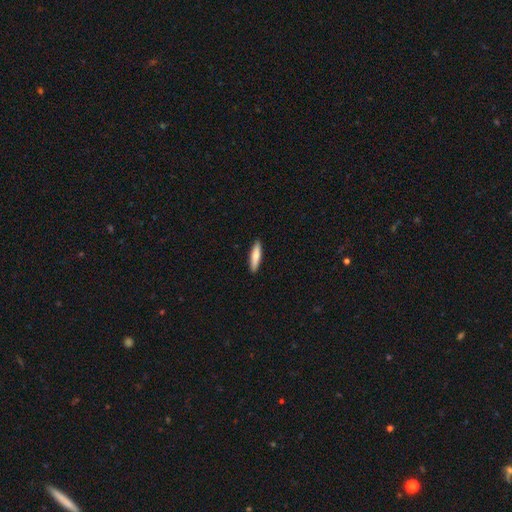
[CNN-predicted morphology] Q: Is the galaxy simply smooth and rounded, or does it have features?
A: smooth — 77%.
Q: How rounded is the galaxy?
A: cigar-shaped — 79%.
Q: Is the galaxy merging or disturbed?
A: none — 91%.